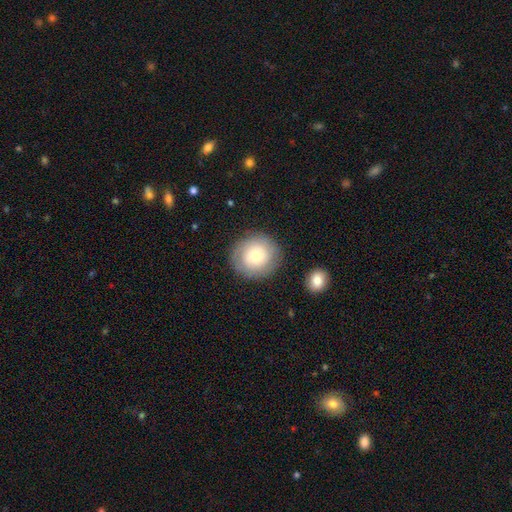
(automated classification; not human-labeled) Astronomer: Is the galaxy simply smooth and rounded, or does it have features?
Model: smooth — 67%.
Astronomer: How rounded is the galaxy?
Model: round — 88%.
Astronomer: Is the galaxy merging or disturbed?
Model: none — 84%.